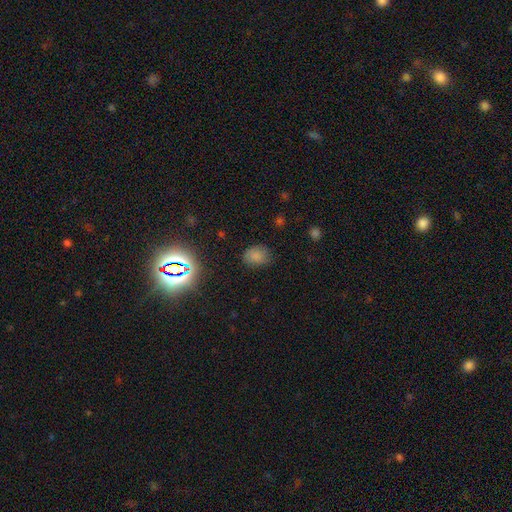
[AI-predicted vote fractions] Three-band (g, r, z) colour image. It shows a smooth galaxy with no disk features (75%) that is in between round and cigar-shaped (62%). Merging: none (75%).